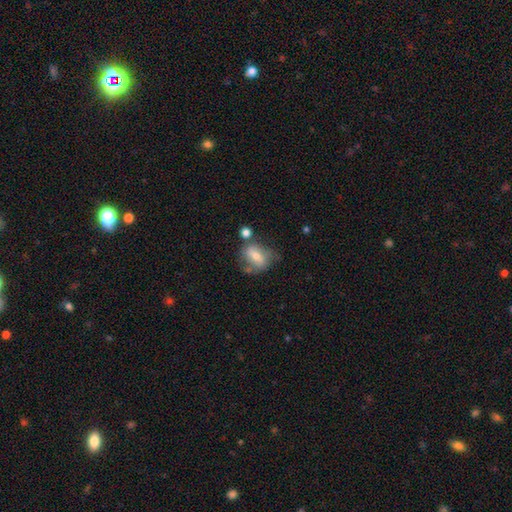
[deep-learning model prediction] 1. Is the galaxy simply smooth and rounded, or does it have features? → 54% smooth, 37% featured or disk, 9% star or artifact.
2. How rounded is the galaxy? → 66% in between, 31% round, 3% cigar-shaped.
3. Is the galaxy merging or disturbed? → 46% none, 24% minor disturbance, 17% merger, 13% major disturbance.